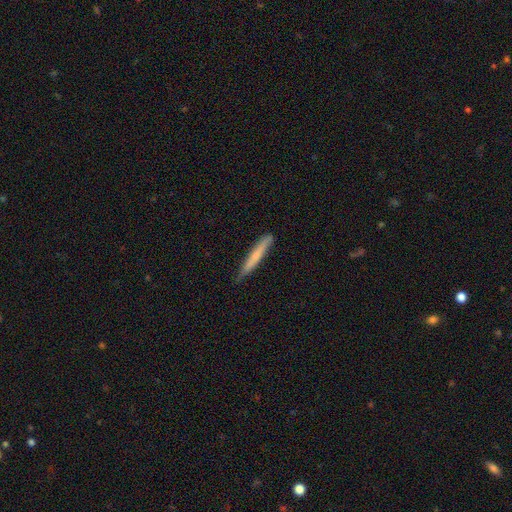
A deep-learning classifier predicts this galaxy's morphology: Q: Smooth or featured?
A: smooth (57%); runner-up: featured or disk (38%)
Q: How rounded?
A: cigar-shaped (95%); runner-up: in between (3%)
Q: Merging?
A: none (83%); runner-up: minor disturbance (14%)